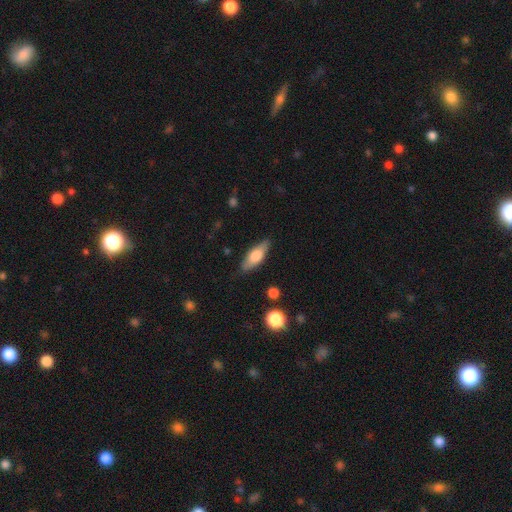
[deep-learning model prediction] Morphology: type=smooth (63%); roundness=in between (67%); merging=none (83%).